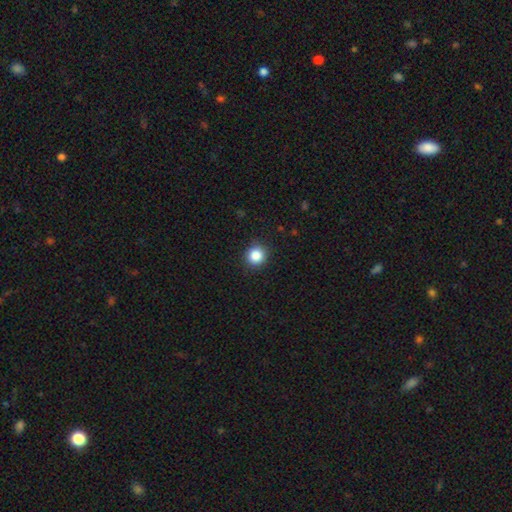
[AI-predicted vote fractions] Smooth or featured: smooth — 86% (star or artifact — 10%)
How rounded: round — 93% (in between — 6%)
Merging: none — 91% (minor disturbance — 6%)